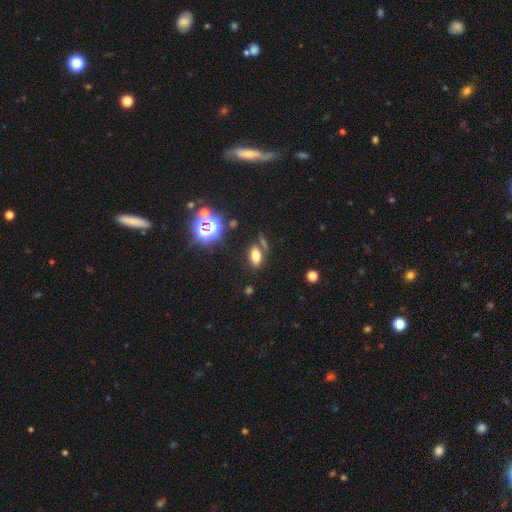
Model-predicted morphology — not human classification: Smooth or featured? Predicted: smooth (p=0.71). How rounded? Predicted: in between (p=0.81). Merging? Predicted: none (p=0.75).